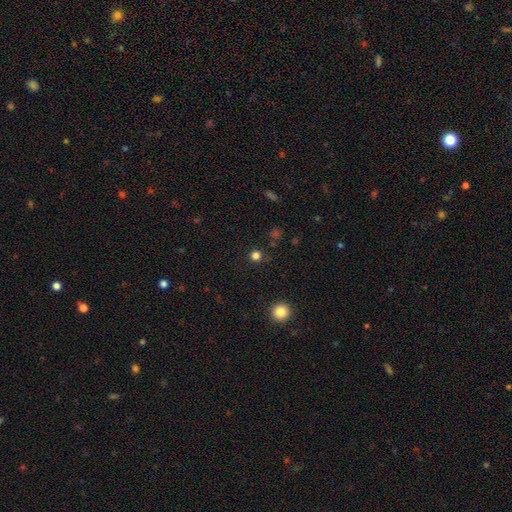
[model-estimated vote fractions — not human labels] Overall: smooth (77%). How rounded: round (93%). Merging: none (87%).